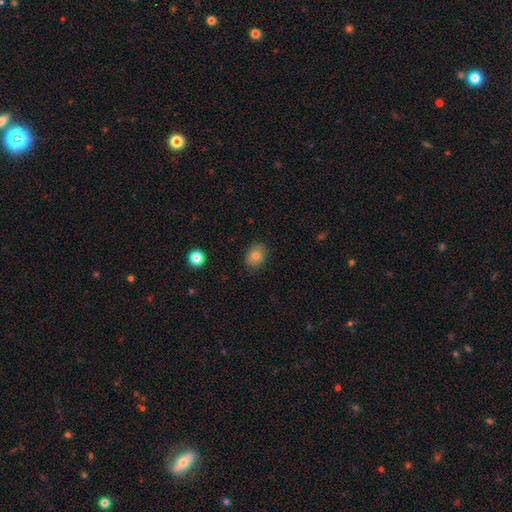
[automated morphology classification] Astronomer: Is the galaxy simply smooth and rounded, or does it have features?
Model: smooth — 80%.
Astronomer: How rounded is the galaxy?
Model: in between — 58% (runner-up: round, 41%).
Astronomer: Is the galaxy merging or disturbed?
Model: none — 85%.